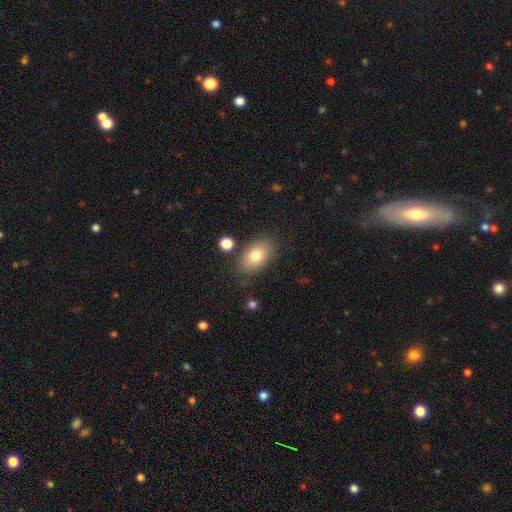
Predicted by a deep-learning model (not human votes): A smooth galaxy with no disk features (79%) that is in between round and cigar-shaped (89%). Merging: none (80%).